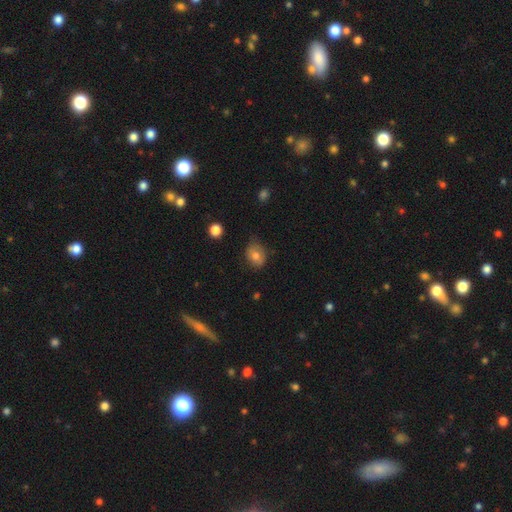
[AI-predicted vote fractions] Smooth or featured: smooth — 75% (featured or disk — 15%)
How rounded: in between — 51% (round — 48%)
Merging: none — 63% (minor disturbance — 30%)